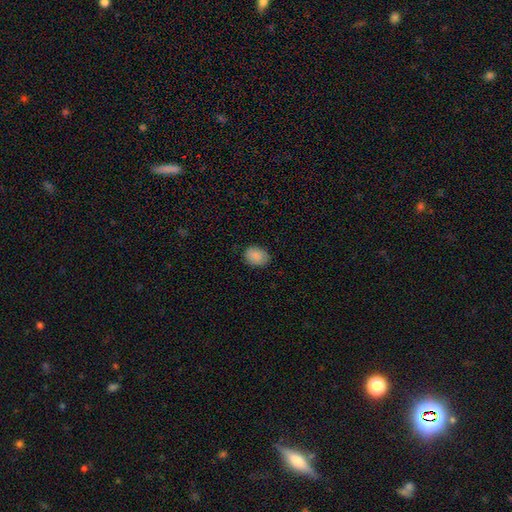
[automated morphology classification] This appears to be a smooth galaxy with no disk features (88%) that is in between round and cigar-shaped (64%). Merging: none (82%).